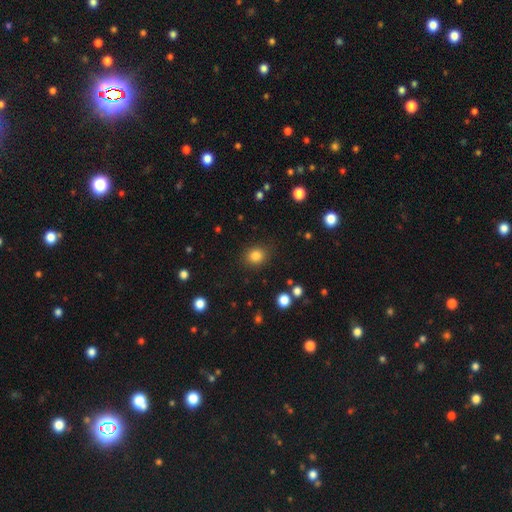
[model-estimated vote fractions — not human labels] Smooth or featured: smooth — 83% (star or artifact — 12%)
How rounded: round — 74% (in between — 25%)
Merging: none — 87% (minor disturbance — 9%)